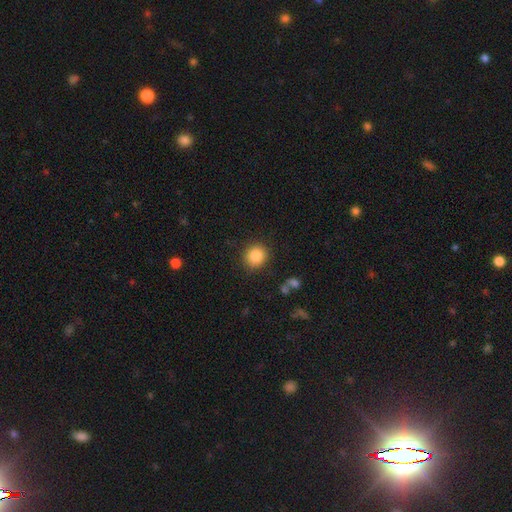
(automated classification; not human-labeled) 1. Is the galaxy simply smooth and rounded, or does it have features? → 85% smooth, 9% star or artifact, 5% featured or disk.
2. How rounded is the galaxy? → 87% round, 13% in between, 1% cigar-shaped.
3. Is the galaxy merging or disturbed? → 88% none, 8% minor disturbance, 3% major disturbance, 1% merger.